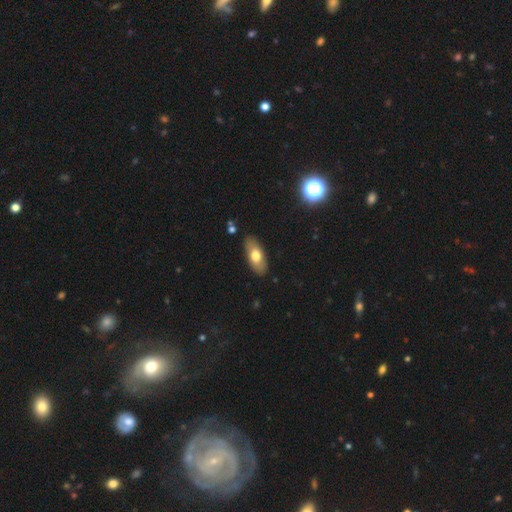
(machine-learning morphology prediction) A smooth galaxy with no disk features (68%) that is in between round and cigar-shaped (84%). Merging: none (85%).